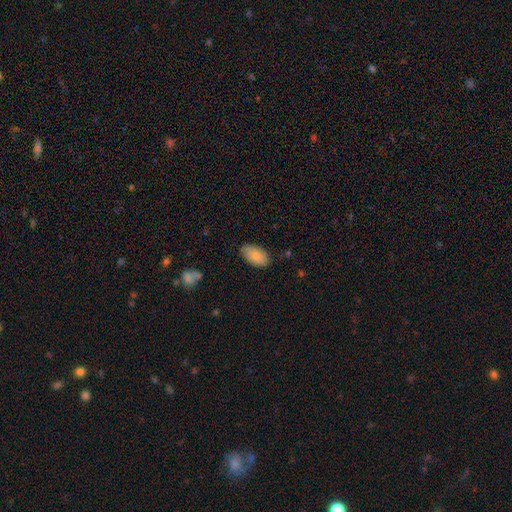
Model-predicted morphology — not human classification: This appears to be a smooth galaxy with no disk features (85%) that is in between round and cigar-shaped (95%). Merging: none (78%).